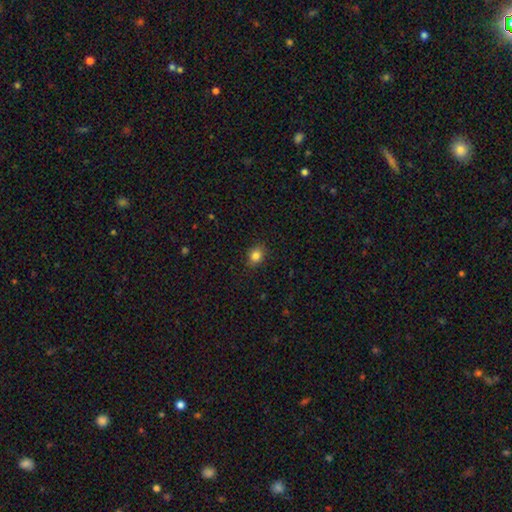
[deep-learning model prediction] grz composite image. It shows a smooth galaxy with no disk features (83%) that is in between round and cigar-shaped (50%). Merging: none (87%).